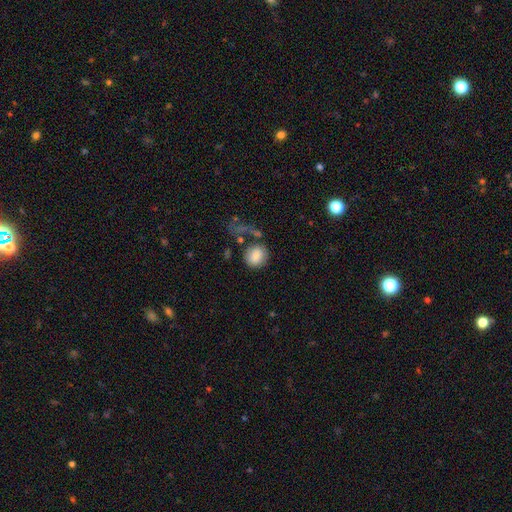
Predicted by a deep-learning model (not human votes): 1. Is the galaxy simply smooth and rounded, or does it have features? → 84% smooth, 8% featured or disk, 8% star or artifact.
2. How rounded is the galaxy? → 76% round, 23% in between, 1% cigar-shaped.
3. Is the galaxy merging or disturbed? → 62% none, 17% minor disturbance, 12% merger, 10% major disturbance.